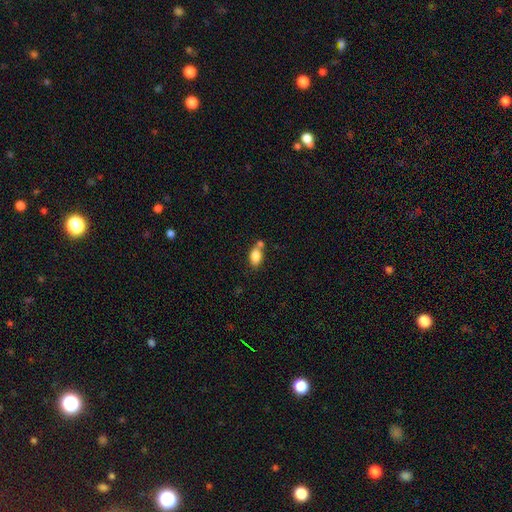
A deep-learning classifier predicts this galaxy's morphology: This appears to be a smooth galaxy with no disk features (84%) that is in between round and cigar-shaped (86%). Merging: none (52%).